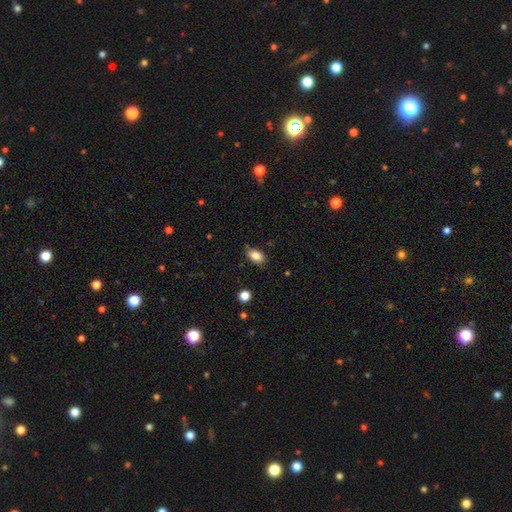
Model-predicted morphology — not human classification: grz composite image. It shows a smooth galaxy with no disk features (84%) that is in between round and cigar-shaped (88%). Merging: none (78%).